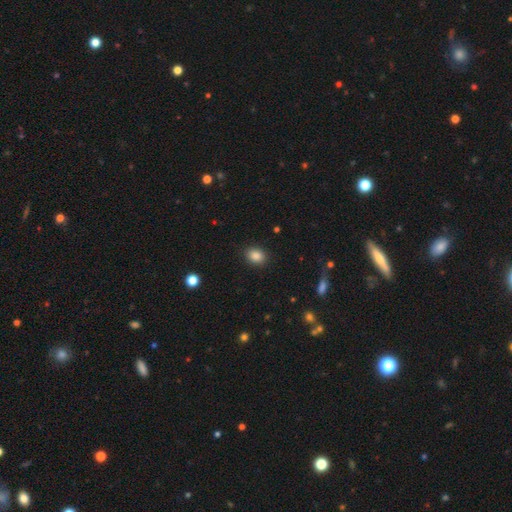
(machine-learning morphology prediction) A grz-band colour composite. It shows a smooth galaxy with no disk features (86%) that is in between round and cigar-shaped (62%). Merging: none (89%).